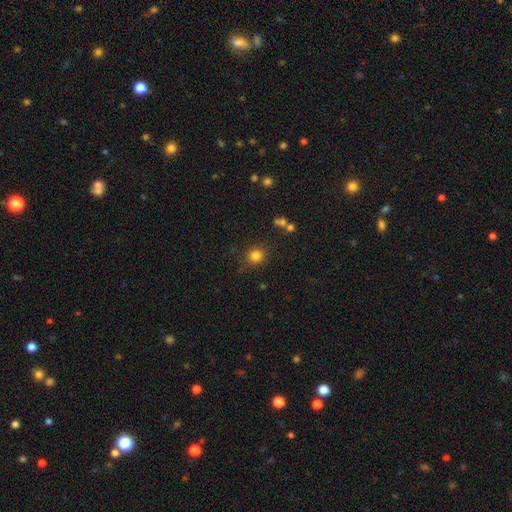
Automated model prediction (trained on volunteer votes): This appears to be a smooth galaxy with no disk features (82%) that is round (89%). Merging: none (86%).